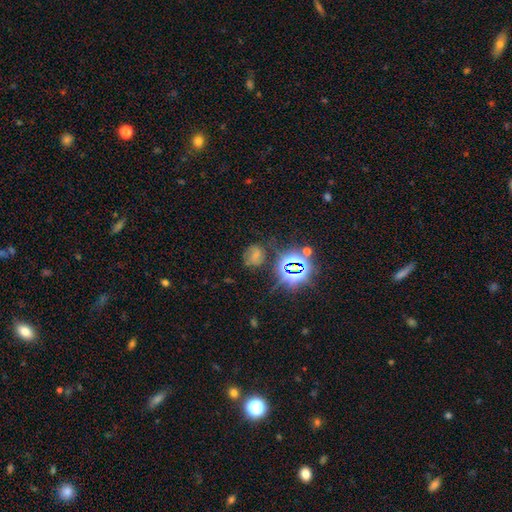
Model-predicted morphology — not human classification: Overall: smooth (44%; star or artifact 35%). Merging: none (65%).